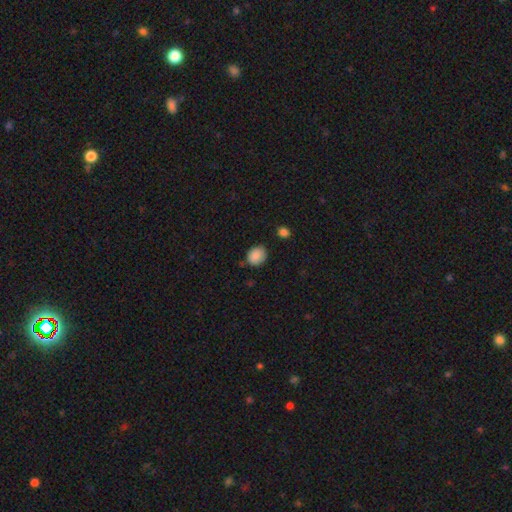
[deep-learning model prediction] Smooth or featured? smooth (88%)
How rounded? round (56%)
Merging? none (74%)